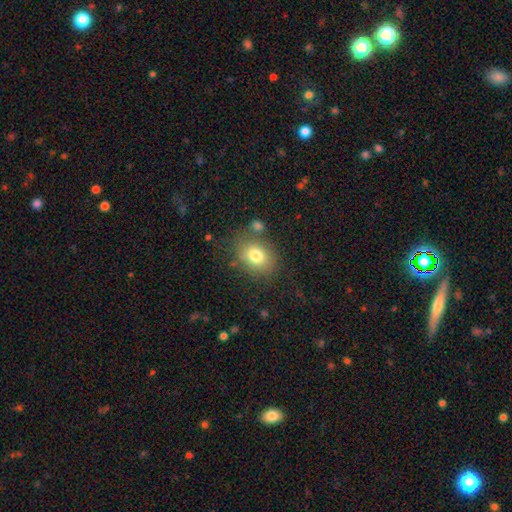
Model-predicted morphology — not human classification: smooth-or-featured: smooth: 78% | featured or disk: 12% | star or artifact: 11%
  how-rounded: in between: 51% | round: 48% | cigar-shaped: 1%
  merging: none: 72% | minor disturbance: 15% | merger: 8% | major disturbance: 6%